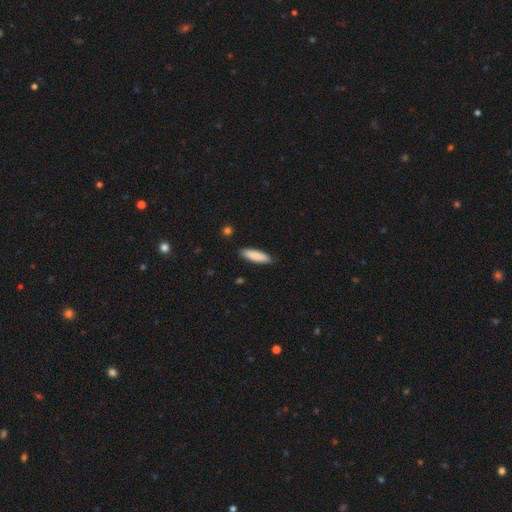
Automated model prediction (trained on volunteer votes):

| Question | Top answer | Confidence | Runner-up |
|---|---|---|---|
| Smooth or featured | smooth | 86% | featured or disk (8%) |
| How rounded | cigar-shaped | 65% | in between (34%) |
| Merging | none | 88% | minor disturbance (9%) |